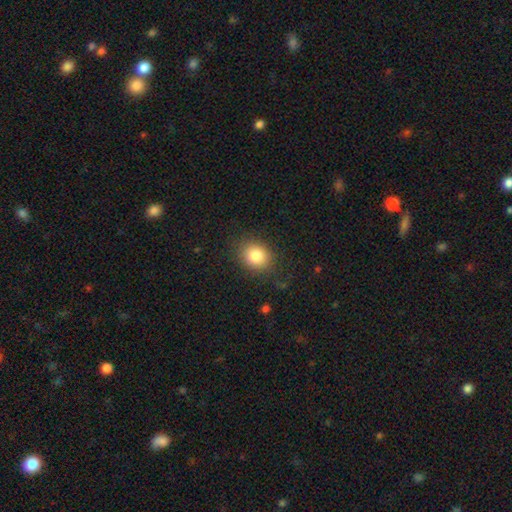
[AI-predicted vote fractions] This appears to be a smooth galaxy with no disk features (83%) that is round (64%). Merging: none (85%).